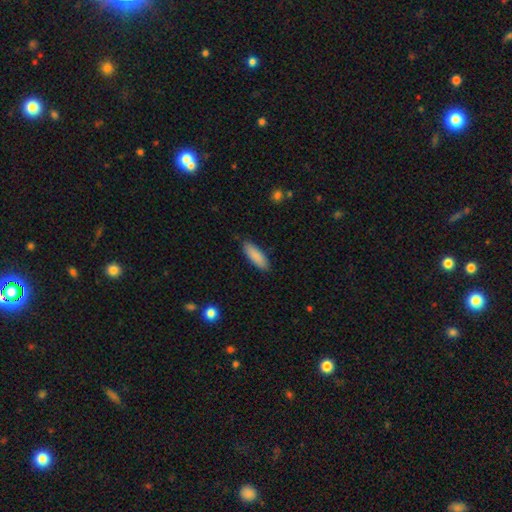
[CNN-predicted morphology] type=smooth (89%); roundness=in between (56%); merging=none (87%).